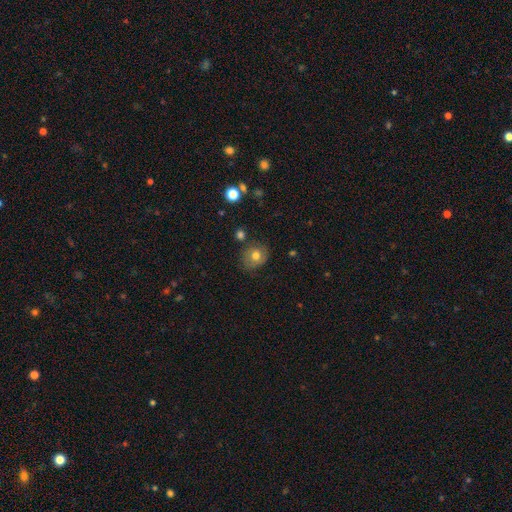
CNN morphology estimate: Smooth or featured?
  - smooth: 72% *
  - featured or disk: 18%
  - star or artifact: 11%
How rounded?
  - round: 69% *
  - in between: 30%
  - cigar-shaped: 1%
Merging?
  - none: 73% *
  - minor disturbance: 18%
  - major disturbance: 5%
  - merger: 4%